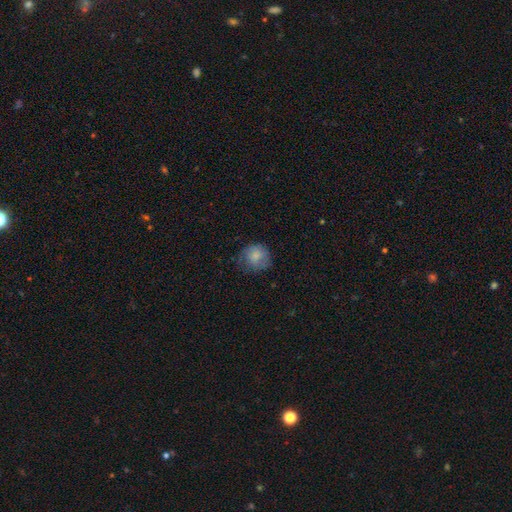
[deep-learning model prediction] smooth-or-featured: smooth: 77% | featured or disk: 16% | star or artifact: 8%
  how-rounded: round: 84% | in between: 15% | cigar-shaped: 1%
  merging: none: 63% | minor disturbance: 26% | major disturbance: 10% | merger: 1%